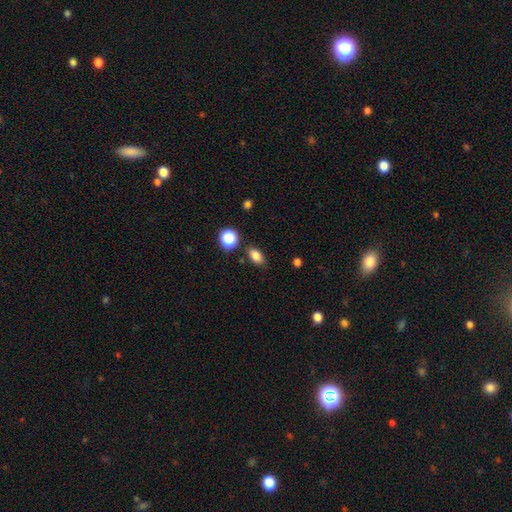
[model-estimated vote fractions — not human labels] This appears to be a smooth galaxy with no disk features (83%) that is in between round and cigar-shaped (83%). Merging: none (80%).